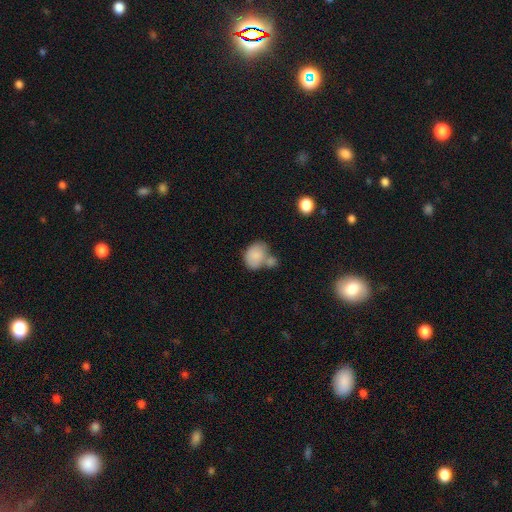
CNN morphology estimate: This appears to be a smooth galaxy with no disk features (83%) that is in between round and cigar-shaped (63%). Merging: merger (44%).